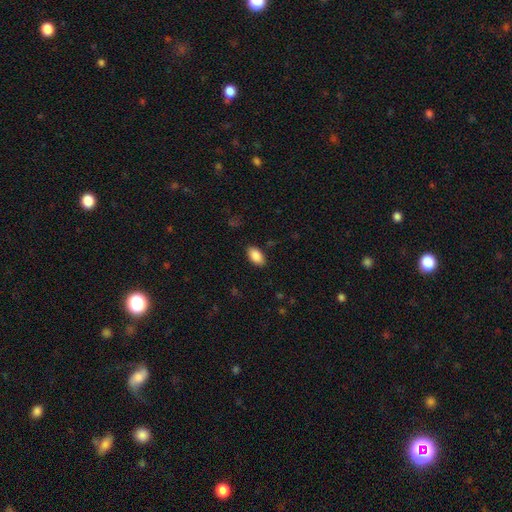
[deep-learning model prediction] A smooth galaxy with no disk features (88%) that is in between round and cigar-shaped (94%). Merging: none (87%).